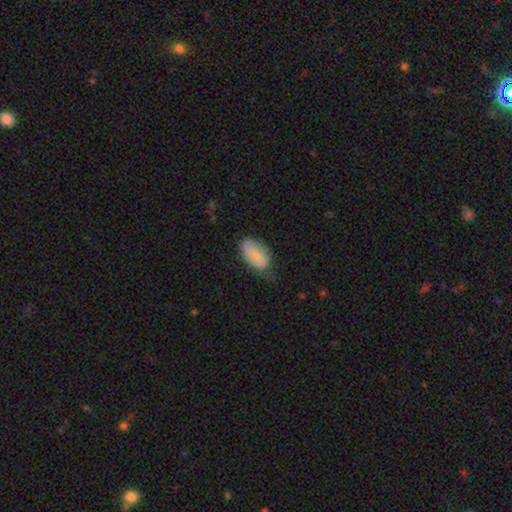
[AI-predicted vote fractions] smooth_or_featured: smooth (p=0.72) [alt: featured or disk p=0.21]
how_rounded: in between (p=0.93) [alt: round p=0.05]
merging: none (p=0.50) [alt: minor disturbance p=0.37]